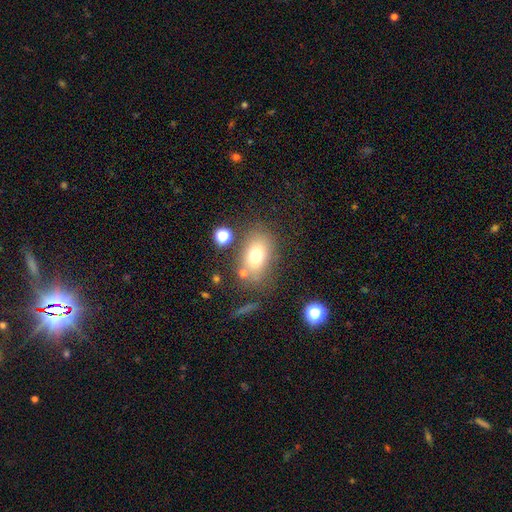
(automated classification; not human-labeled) smooth 71%, featured or disk 16%, star or artifact 13%. Down the decision tree: how rounded — in between (76%); merging — none (70%).